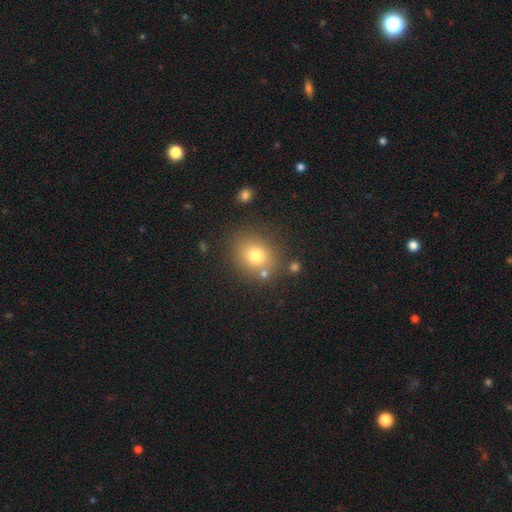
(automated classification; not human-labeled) Overall: smooth (75%). How rounded: round (72%). Merging: none (78%).